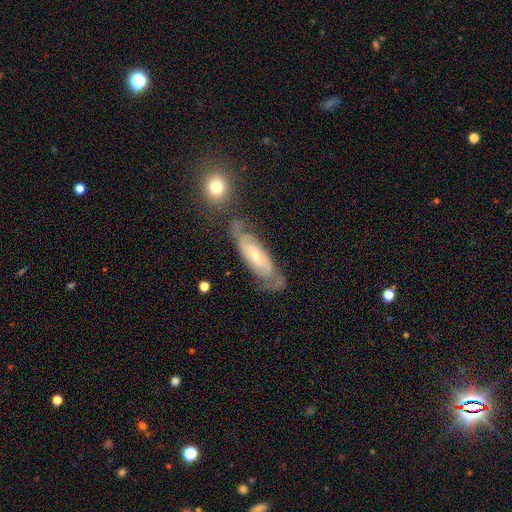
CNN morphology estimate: Smooth or featured? Predicted: featured or disk (p=0.79). Edge-on disk? Predicted: no (p=0.89). Bar? Predicted: no (p=0.59). Spiral arms? Predicted: yes (p=0.91). Spiral winding? Predicted: tight (p=0.57). Spiral arm count? Predicted: 2 (p=0.63). Bulge size? Predicted: small (p=0.62). Merging? Predicted: none (p=0.61).